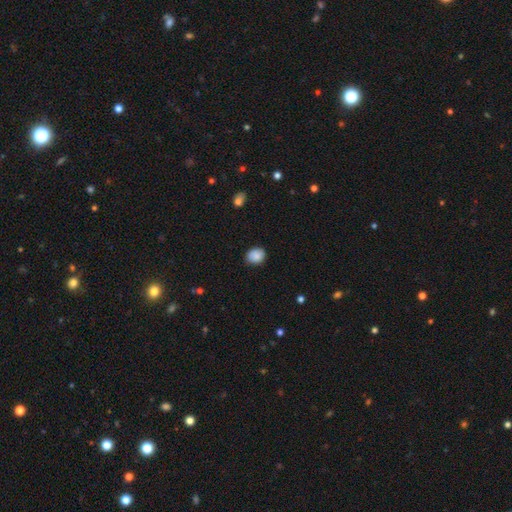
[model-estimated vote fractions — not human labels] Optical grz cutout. It shows a smooth galaxy with no disk features (87%) that is round (58%). Merging: none (84%).